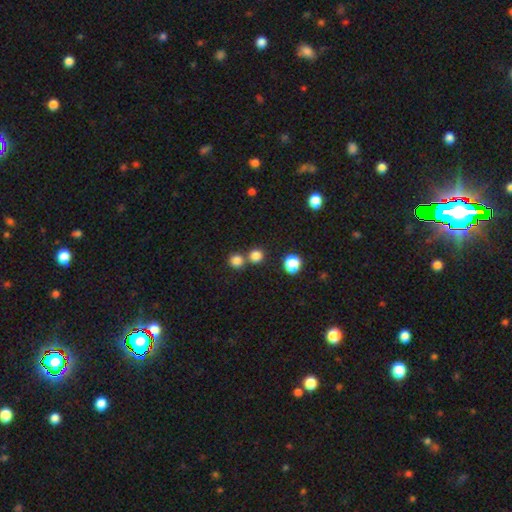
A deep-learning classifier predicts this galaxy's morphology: smooth 81%, star or artifact 14%, featured or disk 4%. Down the decision tree: how rounded — round (90%); merging — none (67%).